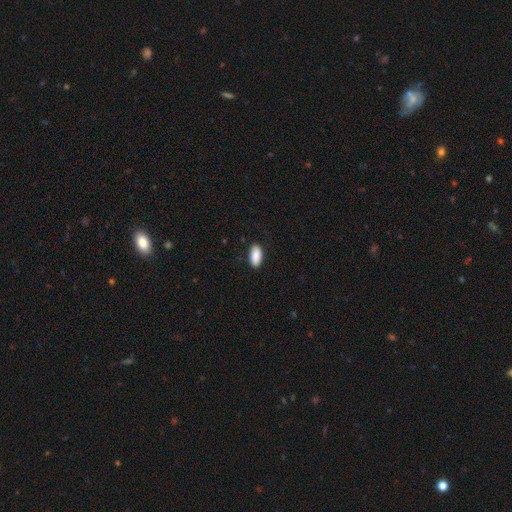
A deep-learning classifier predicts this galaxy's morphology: Smooth or featured? smooth (89%)
How rounded? in between (90%)
Merging? none (85%)